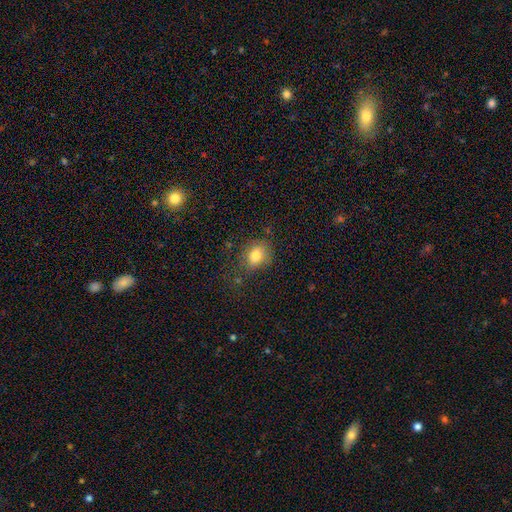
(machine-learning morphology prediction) type=smooth (80%); roundness=in between (60%); merging=none (72%).